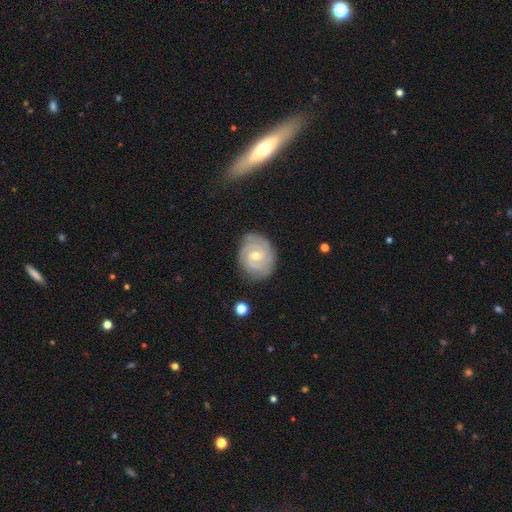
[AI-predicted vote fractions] This is clearly a featured or disk galaxy (81%). It is clearly not viewed edge-on (97%). Bar: possibly no (53%). Spiral arm pattern: clearly yes (95%). Spiral arm count: marginally 2 (33%). Spiral winding: likely tight (74%). Central bulge: possibly moderate (51%). Merging: likely none (77%).